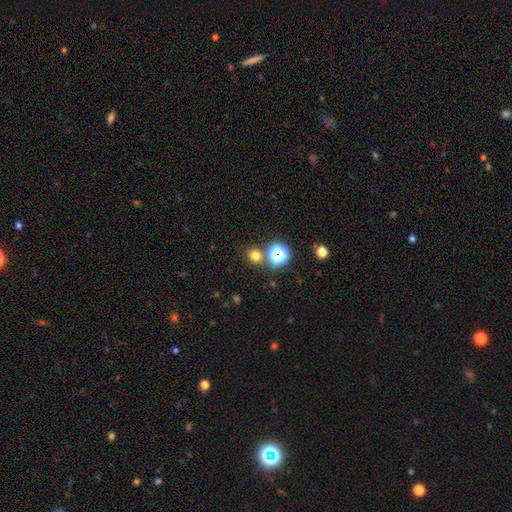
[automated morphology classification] Smooth or featured: smooth — 72% (star or artifact — 23%)
How rounded: round — 82% (in between — 17%)
Merging: none — 79% (merger — 11%)